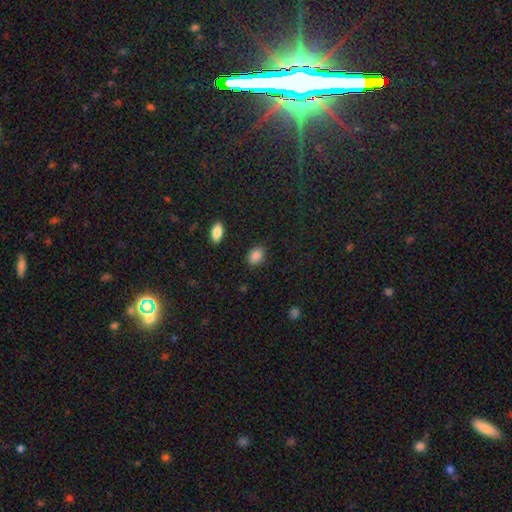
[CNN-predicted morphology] Overall: smooth (88%). How rounded: in between (71%). Merging: none (85%).